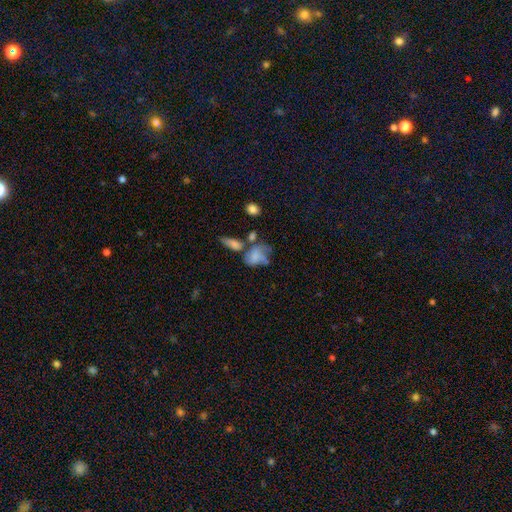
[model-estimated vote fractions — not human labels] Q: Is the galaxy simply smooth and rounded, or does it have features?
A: smooth — 59%.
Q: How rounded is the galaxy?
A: in between — 78%.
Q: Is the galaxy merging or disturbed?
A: merger — 32%.